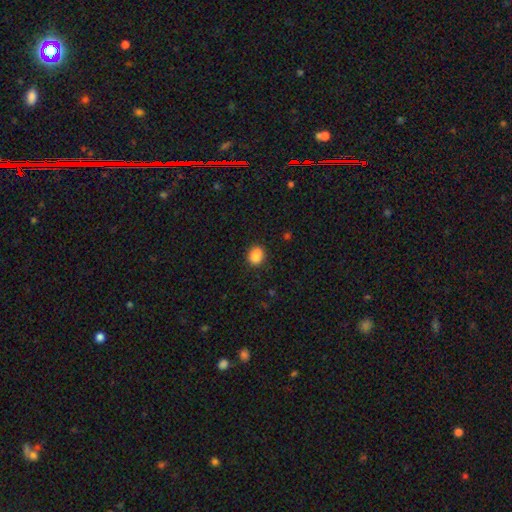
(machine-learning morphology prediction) Smooth or featured: smooth — 87% (star or artifact — 9%)
How rounded: round — 61% (in between — 38%)
Merging: none — 80% (minor disturbance — 14%)